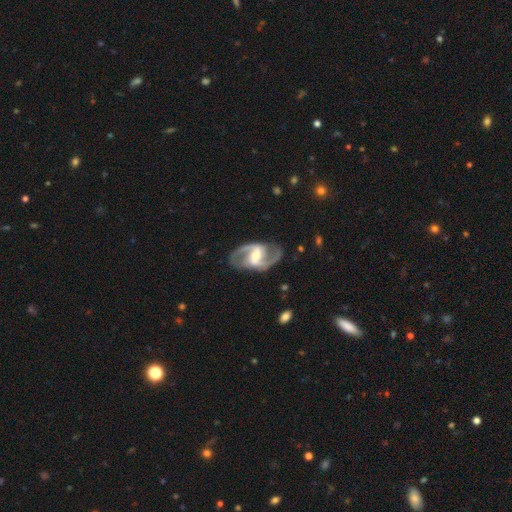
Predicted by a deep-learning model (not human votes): A featured or disk galaxy (91%) with a strong bar (48%), 2 (93%) medium (58%) spiral arms (97%) and a moderate central bulge (51%). Merging: none (82%).